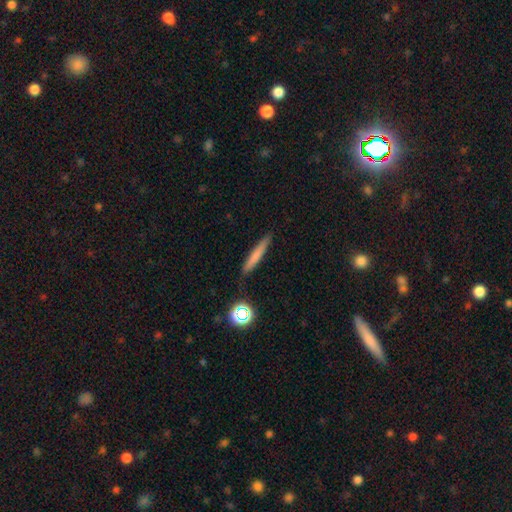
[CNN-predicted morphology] Q: Smooth or featured?
A: smooth (70%); runner-up: featured or disk (21%)
Q: How rounded?
A: cigar-shaped (94%); runner-up: in between (4%)
Q: Merging?
A: none (87%); runner-up: minor disturbance (9%)